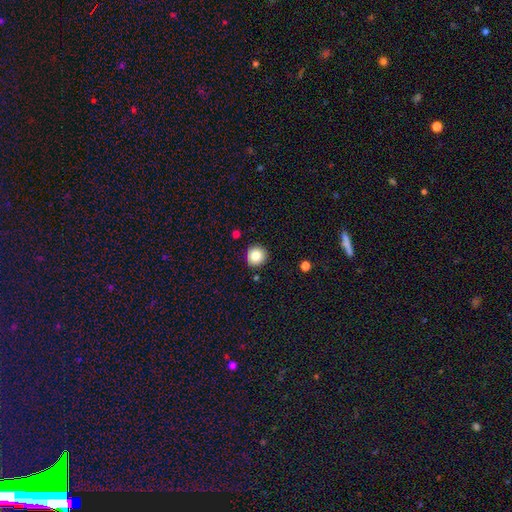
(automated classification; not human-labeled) smooth 84%, star or artifact 10%, featured or disk 7%. Down the decision tree: how rounded — round (94%); merging — none (90%).